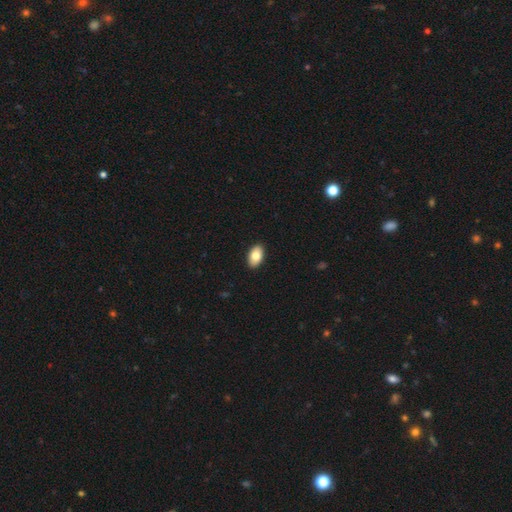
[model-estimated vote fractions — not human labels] Overall: smooth (80%). How rounded: in between (94%). Merging: none (91%).